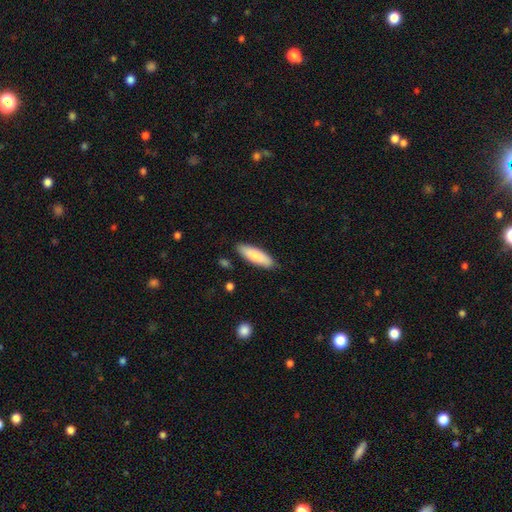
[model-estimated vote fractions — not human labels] Smooth or featured? smooth (82%)
How rounded? in between (50%)
Merging? none (86%)